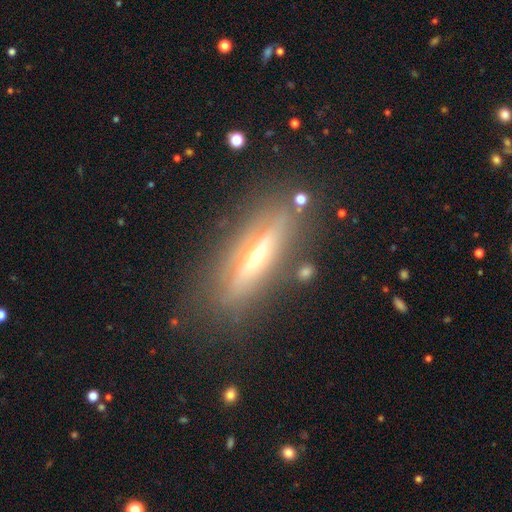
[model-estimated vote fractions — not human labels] Smooth or featured? featured or disk (71%)
Edge-on disk? yes (85%)
Edge-on bulge? rounded (88%)
Merging? none (80%)